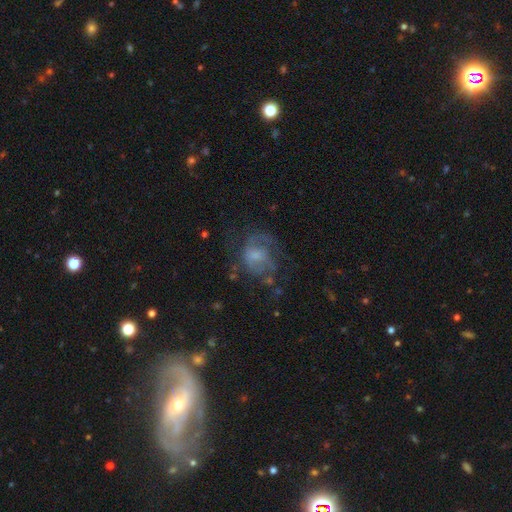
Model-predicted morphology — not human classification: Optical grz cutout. It shows a featured or disk galaxy (64%) with no bar (59%), spiral arms (74%) and a moderate central bulge (37%). Merging: none (47%).